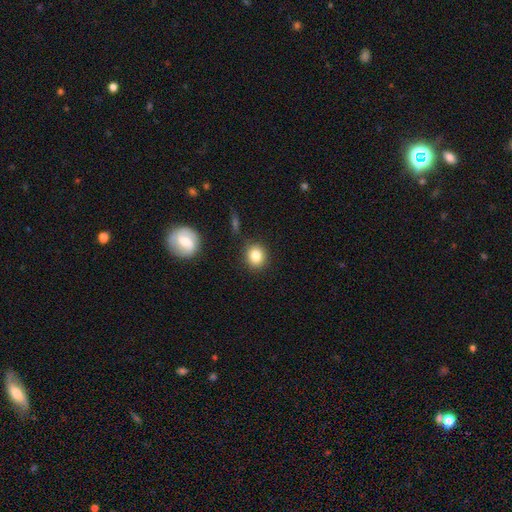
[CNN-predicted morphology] The model was most divided on "how rounded": round: 76%, in between: 23%, cigar-shaped: 1%. More confident: merging — none (85%); smooth or featured — smooth (83%).